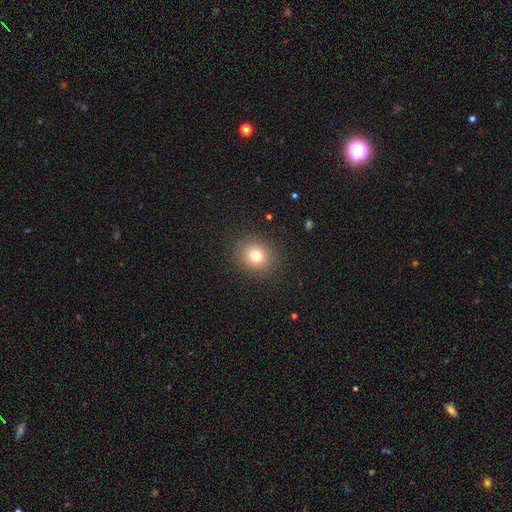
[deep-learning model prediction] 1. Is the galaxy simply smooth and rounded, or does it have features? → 76% smooth, 14% star or artifact, 9% featured or disk.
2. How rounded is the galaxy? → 78% round, 21% in between, 1% cigar-shaped.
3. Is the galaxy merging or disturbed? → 89% none, 7% minor disturbance, 3% major disturbance, 1% merger.